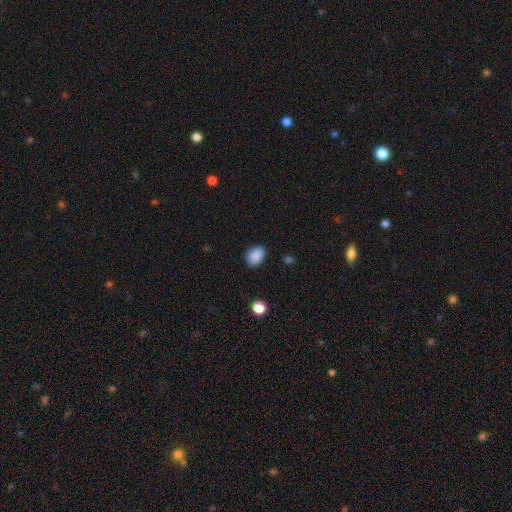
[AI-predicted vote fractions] Q: Smooth or featured?
A: smooth (88%); runner-up: star or artifact (8%)
Q: How rounded?
A: in between (69%); runner-up: round (30%)
Q: Merging?
A: none (82%); runner-up: minor disturbance (14%)